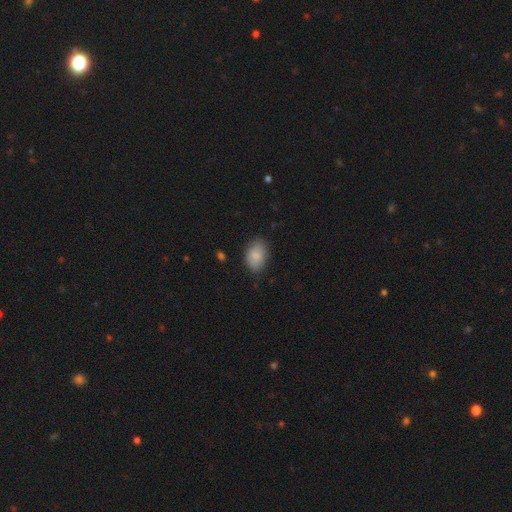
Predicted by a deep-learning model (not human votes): A smooth galaxy with no disk features (85%) that is in between round and cigar-shaped (88%). Merging: none (78%).